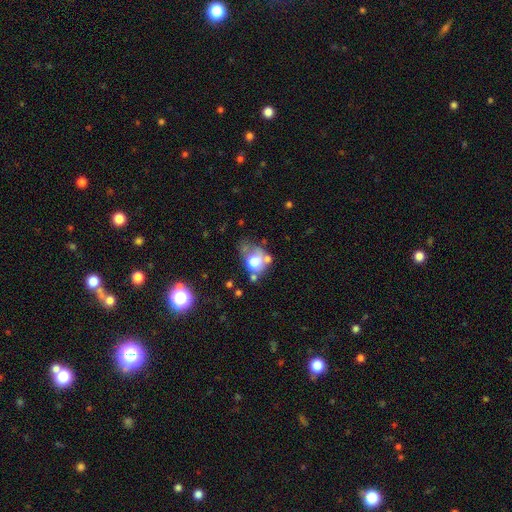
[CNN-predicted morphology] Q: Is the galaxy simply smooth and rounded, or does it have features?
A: smooth — 60%.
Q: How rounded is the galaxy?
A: round — 54%.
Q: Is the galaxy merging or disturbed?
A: none — 31%.